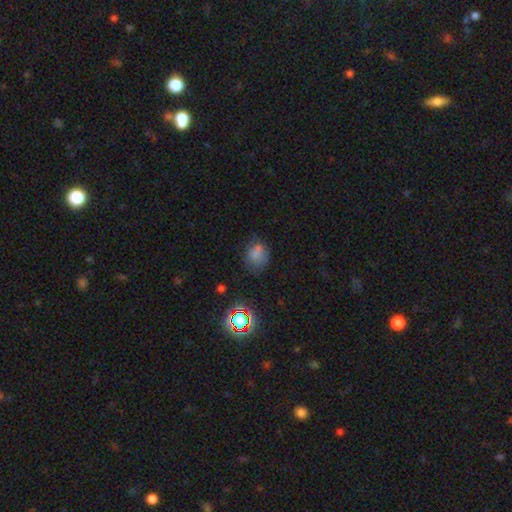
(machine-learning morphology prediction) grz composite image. It shows a smooth galaxy with no disk features (62%) that is in between round and cigar-shaped (51%). Merging: none (59%).